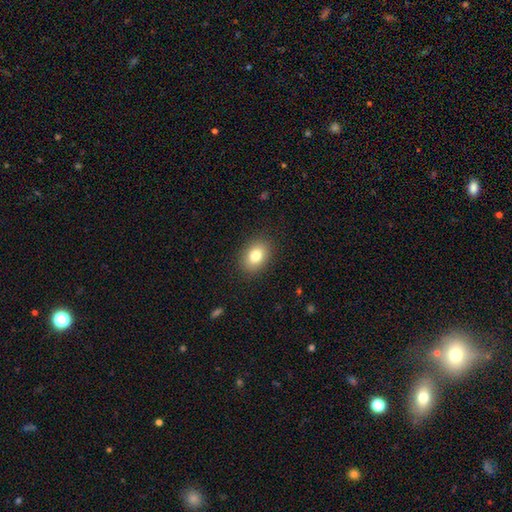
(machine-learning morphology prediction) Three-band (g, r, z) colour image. It shows a smooth galaxy with no disk features (81%) that is in between round and cigar-shaped (73%). Merging: none (88%).